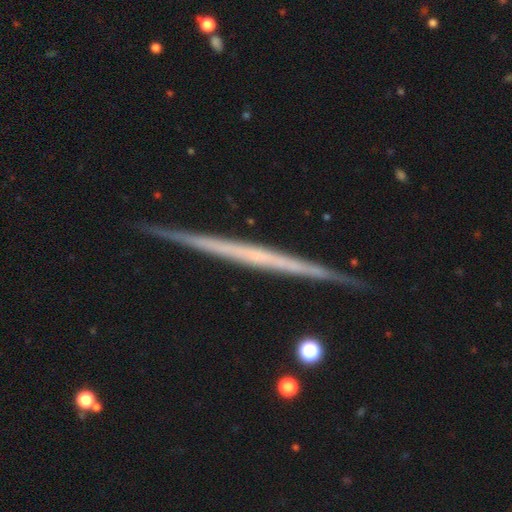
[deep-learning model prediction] A featured or disk galaxy (73%) viewed edge-on (98%) with no central bulge (90%). Merging: none (91%).